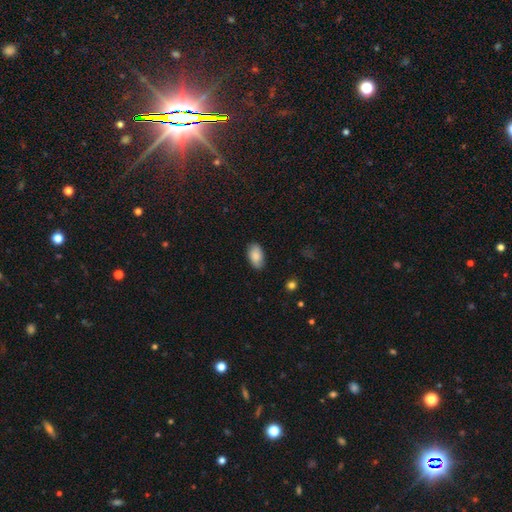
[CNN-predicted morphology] type=smooth (85%); roundness=in between (94%); merging=none (84%).